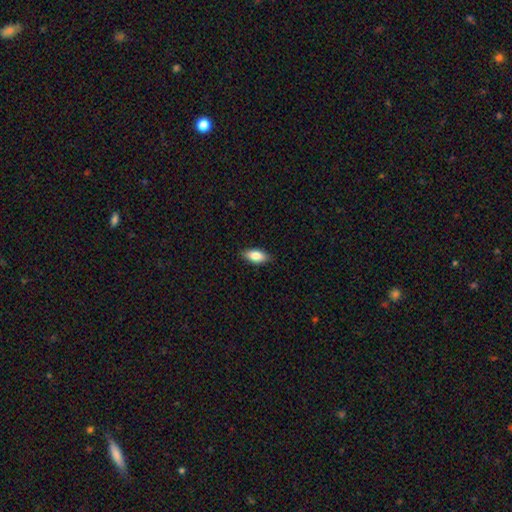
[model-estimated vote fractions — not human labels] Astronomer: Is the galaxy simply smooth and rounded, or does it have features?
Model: smooth — 83%.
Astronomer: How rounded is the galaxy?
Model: in between — 89%.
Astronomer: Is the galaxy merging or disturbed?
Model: none — 88%.